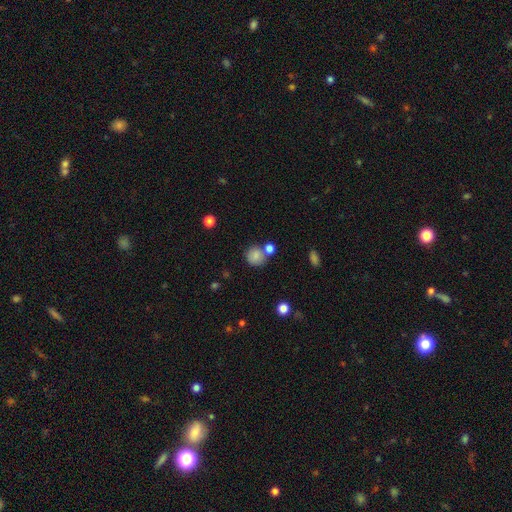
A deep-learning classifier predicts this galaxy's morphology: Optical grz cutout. It shows a smooth galaxy with no disk features (81%) that is round (87%). Merging: none (63%).